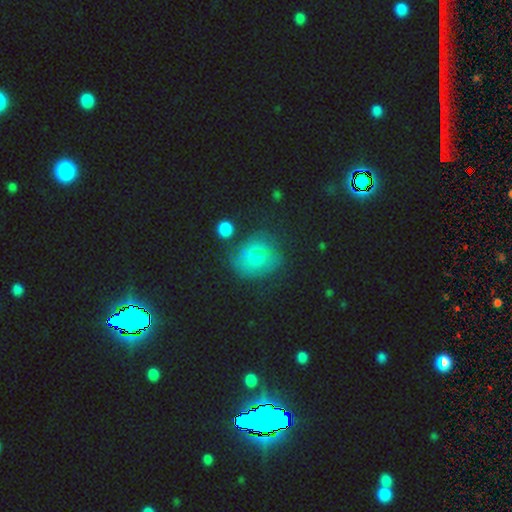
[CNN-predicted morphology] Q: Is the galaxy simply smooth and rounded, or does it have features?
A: smooth — 66%.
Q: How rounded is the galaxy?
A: round — 71%.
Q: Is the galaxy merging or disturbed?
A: none — 65%.